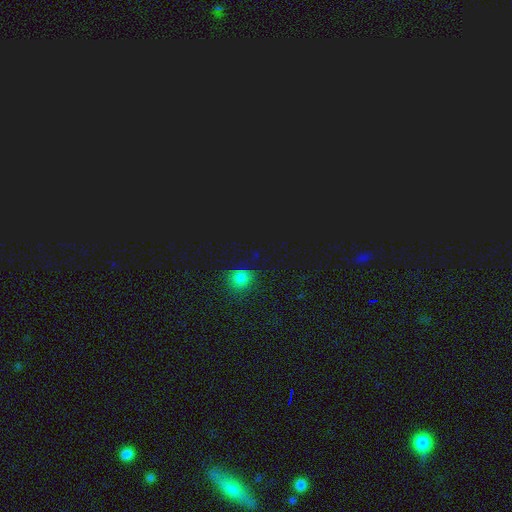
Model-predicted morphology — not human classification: A star or artifact, not a galaxy (51%).